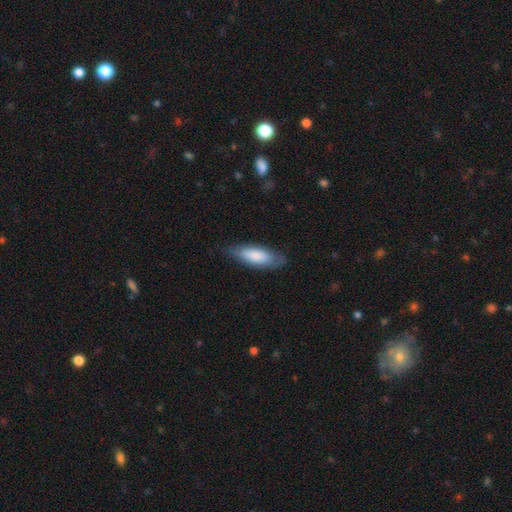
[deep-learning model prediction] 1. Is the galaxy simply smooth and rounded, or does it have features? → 79% smooth, 15% featured or disk, 5% star or artifact.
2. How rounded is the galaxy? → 61% in between, 37% cigar-shaped, 2% round.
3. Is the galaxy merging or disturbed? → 77% none, 18% minor disturbance, 4% major disturbance, 1% merger.